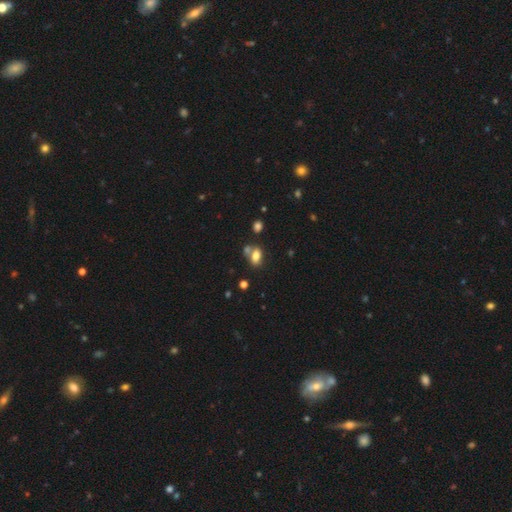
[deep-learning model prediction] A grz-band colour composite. It shows a smooth galaxy with no disk features (77%) that is in between round and cigar-shaped (86%). Merging: none (51%).